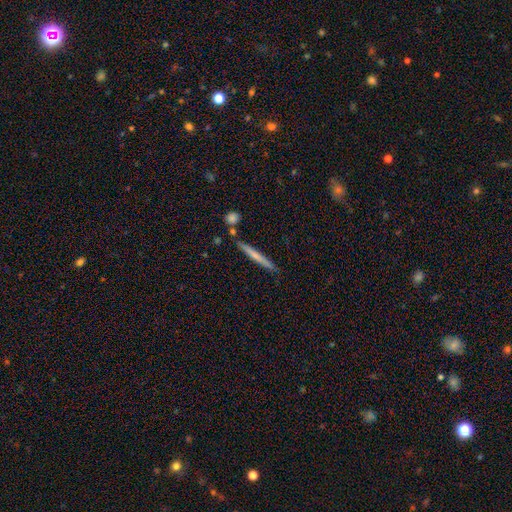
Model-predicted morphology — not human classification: smooth 58%, featured or disk 36%, star or artifact 6%. Down the decision tree: how rounded — cigar-shaped (96%); merging — none (83%).